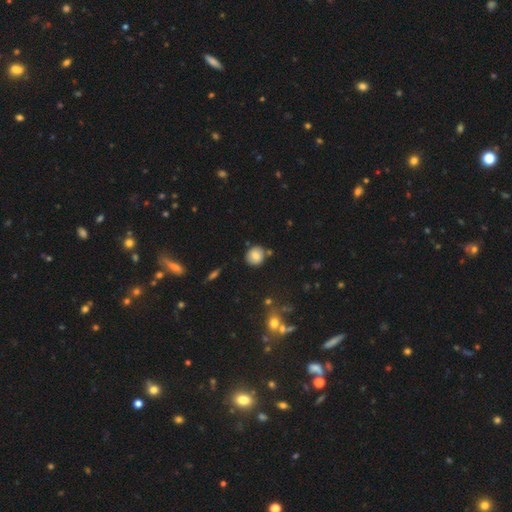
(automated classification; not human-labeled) Smooth or featured: smooth — 79% (featured or disk — 11%)
How rounded: round — 88% (in between — 11%)
Merging: none — 81% (minor disturbance — 11%)